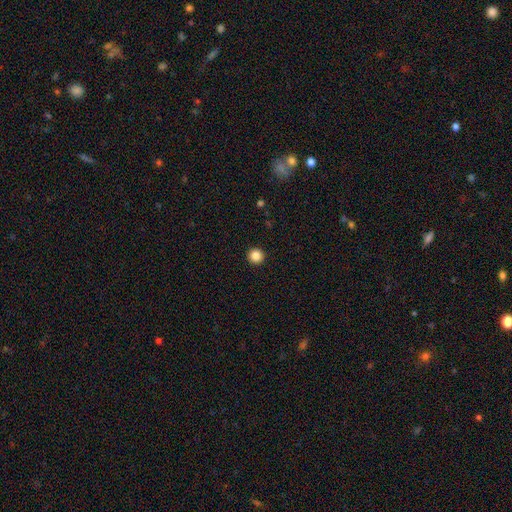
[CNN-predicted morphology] Smooth or featured? smooth (85%)
How rounded? round (96%)
Merging? none (94%)